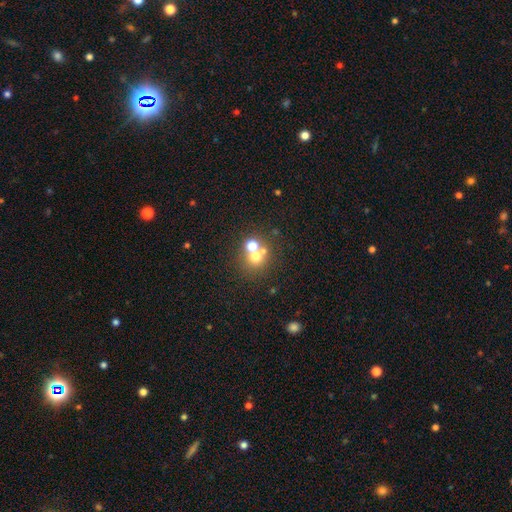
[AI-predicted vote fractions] This is likely a smooth galaxy (63%). How rounded: clearly round (86%). Merging: possibly none (47%).